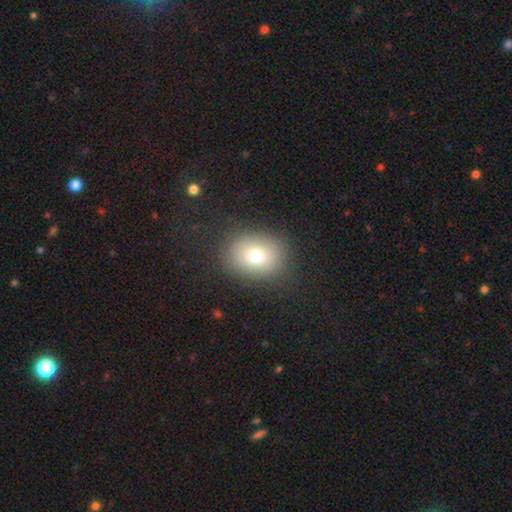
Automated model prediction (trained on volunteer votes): smooth-or-featured: smooth: 74% | star or artifact: 13% | featured or disk: 13%
  how-rounded: in between: 50% | round: 49% | cigar-shaped: 1%
  merging: none: 84% | minor disturbance: 10% | major disturbance: 5% | merger: 1%